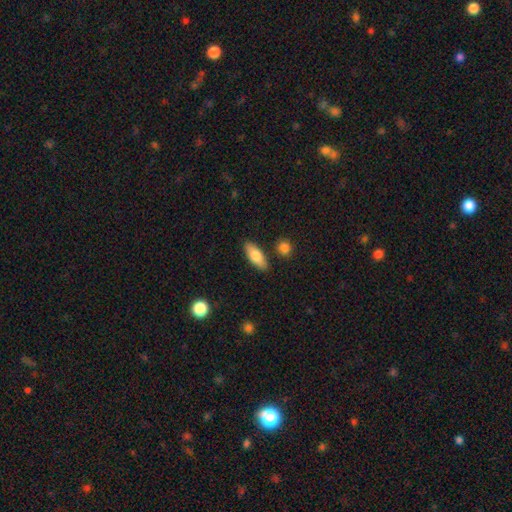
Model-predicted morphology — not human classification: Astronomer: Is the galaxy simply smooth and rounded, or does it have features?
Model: smooth — 76%.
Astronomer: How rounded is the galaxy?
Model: in between — 71%.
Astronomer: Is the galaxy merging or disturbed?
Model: none — 85%.